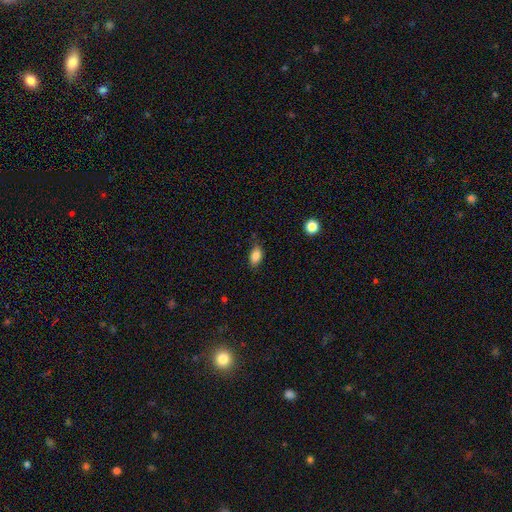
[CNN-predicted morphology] Smooth or featured? Predicted: smooth (p=0.85). How rounded? Predicted: in between (p=0.88). Merging? Predicted: none (p=0.75).